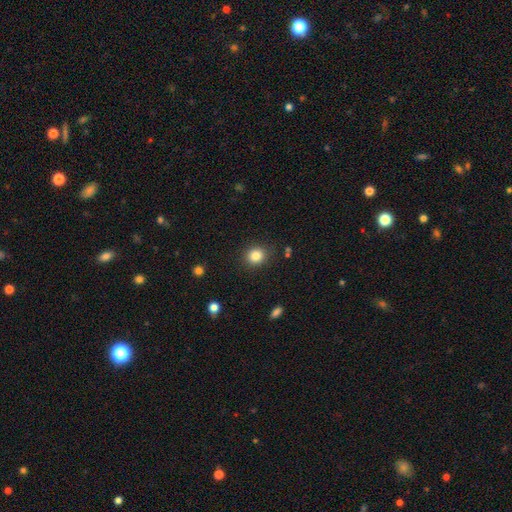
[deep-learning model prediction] This appears to be a smooth galaxy with no disk features (84%) that is round (79%). Merging: none (88%).